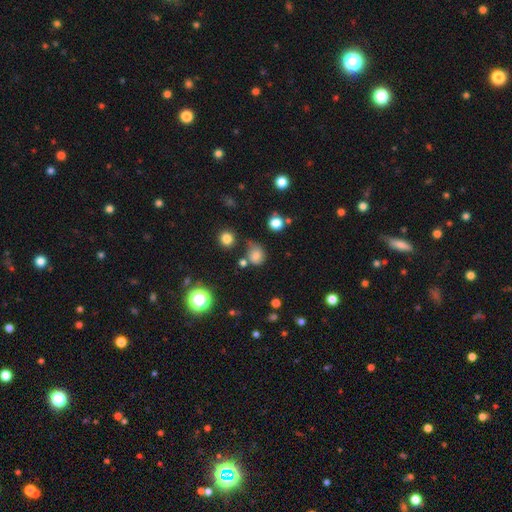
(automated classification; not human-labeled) Overall: smooth (71%). How rounded: round (66%; in between 33%). Merging: none (52%; minor disturbance 27%).